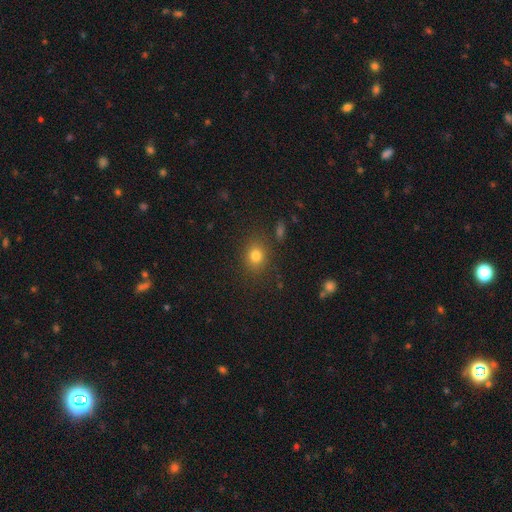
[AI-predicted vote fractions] This appears to be a smooth galaxy with no disk features (79%) that is round (65%). Merging: none (83%).